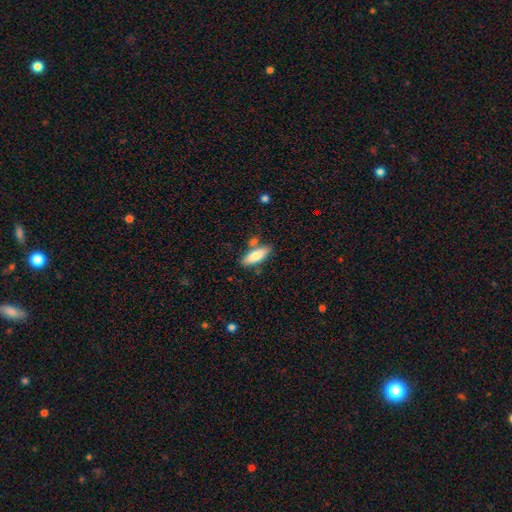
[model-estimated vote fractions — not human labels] Smooth or featured? Predicted: smooth (p=0.79). How rounded? Predicted: in between (p=0.63). Merging? Predicted: none (p=0.72).